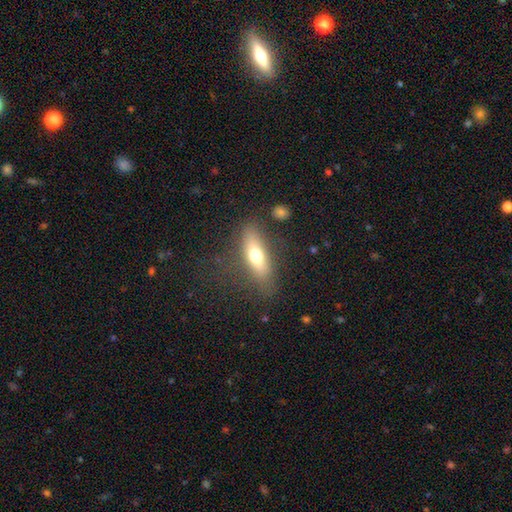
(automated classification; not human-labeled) Smooth or featured?
  - smooth: 60% *
  - featured or disk: 32%
  - star or artifact: 8%
How rounded?
  - in between: 52% *
  - cigar-shaped: 43%
  - round: 5%
Merging?
  - none: 75% *
  - minor disturbance: 14%
  - major disturbance: 8%
  - merger: 3%